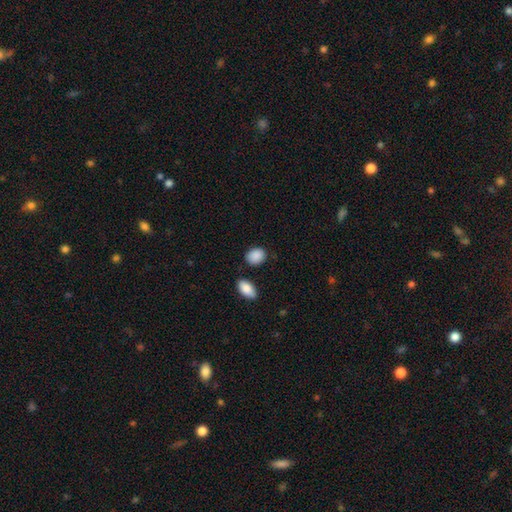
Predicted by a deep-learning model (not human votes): Morphology: type=smooth (90%); roundness=in between (60%); merging=none (81%).